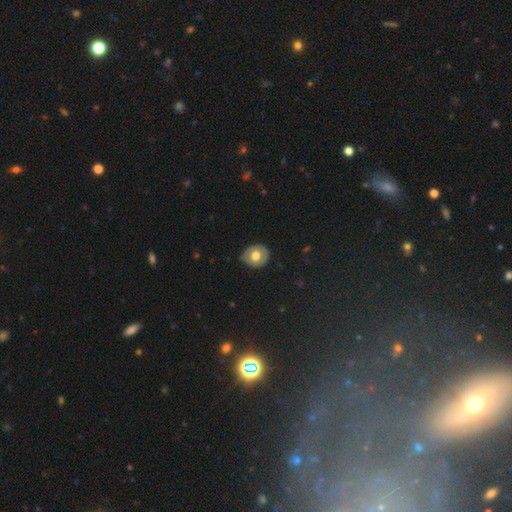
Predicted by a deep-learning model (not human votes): Smooth or featured?
  - smooth: 56% *
  - featured or disk: 37%
  - star or artifact: 7%
How rounded?
  - round: 72% *
  - in between: 27%
  - cigar-shaped: 1%
Merging?
  - none: 71% *
  - minor disturbance: 23%
  - major disturbance: 5%
  - merger: 1%